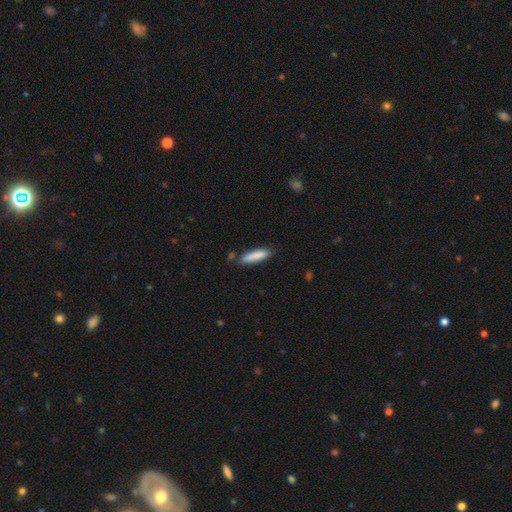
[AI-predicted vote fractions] smooth_or_featured: smooth (p=0.85) [alt: featured or disk p=0.09]
how_rounded: cigar-shaped (p=0.77) [alt: in between p=0.22]
merging: none (p=0.78) [alt: minor disturbance p=0.15]